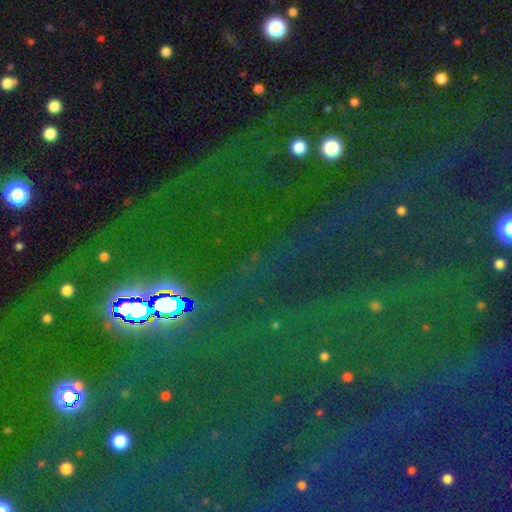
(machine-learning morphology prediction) A star or artifact, not a galaxy (84%).